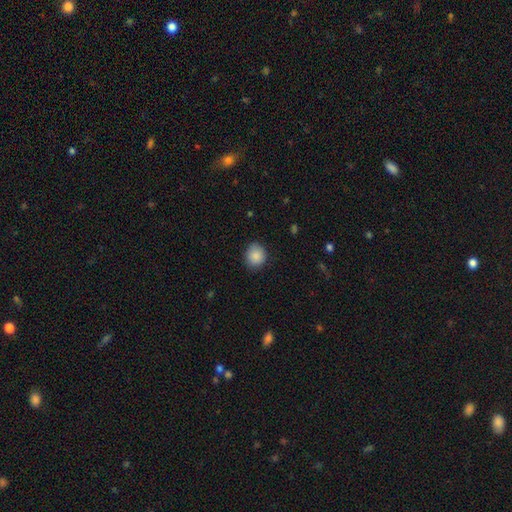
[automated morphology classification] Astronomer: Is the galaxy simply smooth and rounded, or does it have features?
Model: smooth — 87%.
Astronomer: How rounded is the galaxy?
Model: round — 74%.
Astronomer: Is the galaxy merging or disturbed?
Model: none — 83%.